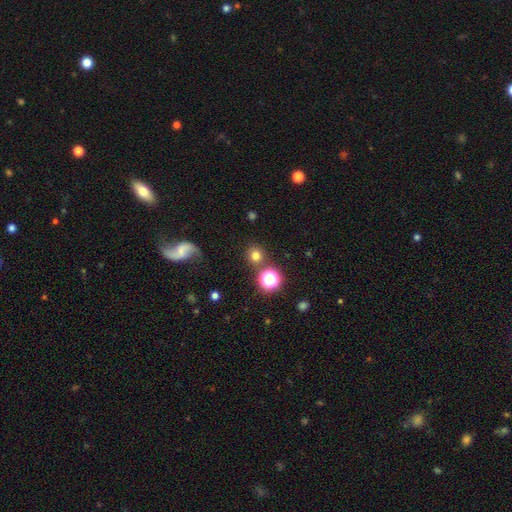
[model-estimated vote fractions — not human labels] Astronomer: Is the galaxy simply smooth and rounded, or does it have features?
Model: smooth — 74%.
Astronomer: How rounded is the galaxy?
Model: round — 91%.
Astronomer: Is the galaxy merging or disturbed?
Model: none — 83%.